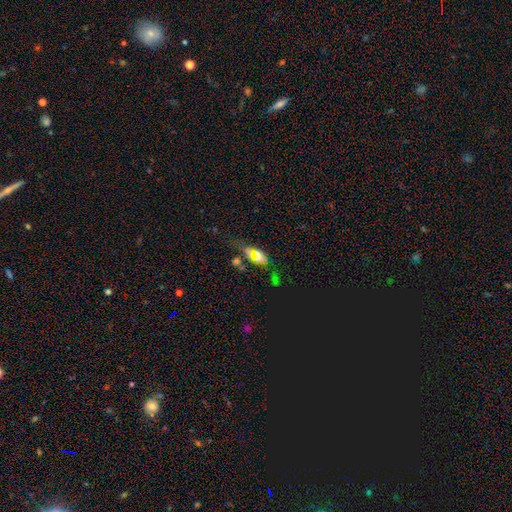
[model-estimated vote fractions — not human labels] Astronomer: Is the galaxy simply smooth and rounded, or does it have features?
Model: smooth — 52%.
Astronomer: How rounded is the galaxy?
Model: in between — 78%.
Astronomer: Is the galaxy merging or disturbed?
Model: none — 47% (runner-up: minor disturbance, 22%).